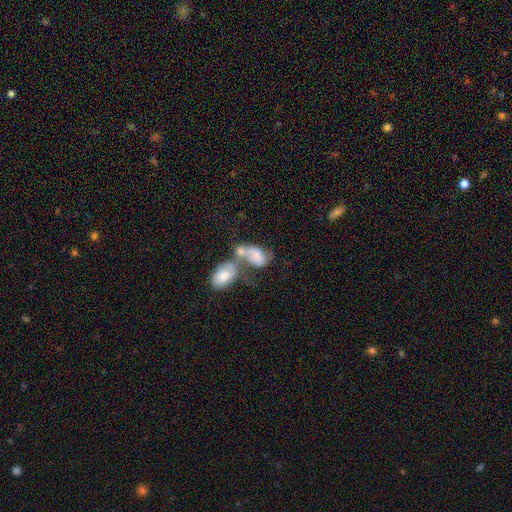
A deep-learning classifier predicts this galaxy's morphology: This appears to be a smooth galaxy with no disk features (54%) that is in between round and cigar-shaped (84%). Merging: merger (68%).